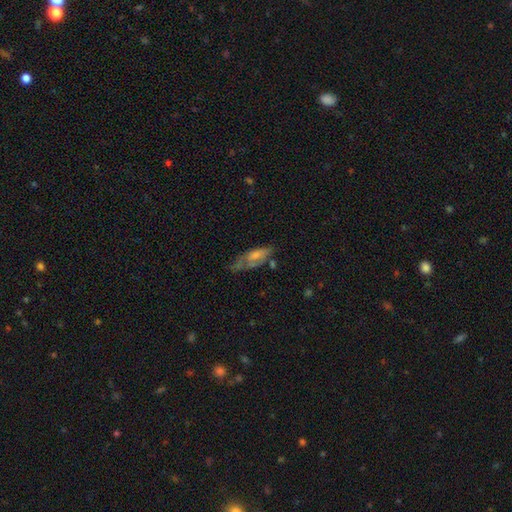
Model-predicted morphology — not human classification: Smooth or featured? Predicted: smooth (p=0.53). How rounded? Predicted: in between (p=0.72). Merging? Predicted: none (p=0.33, tied with minor disturbance).